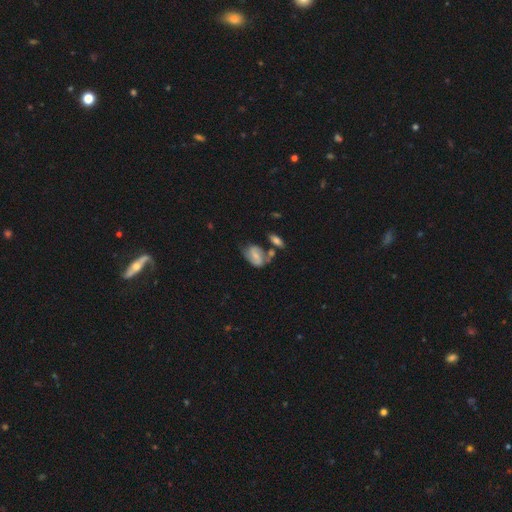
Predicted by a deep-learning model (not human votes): A featured or disk galaxy (48%).

Vote fractions:
- Smooth or featured? featured or disk: 48% / smooth: 44% / star or artifact: 8%
- Merging? none: 44% / minor disturbance: 24% / merger: 21% / major disturbance: 11%